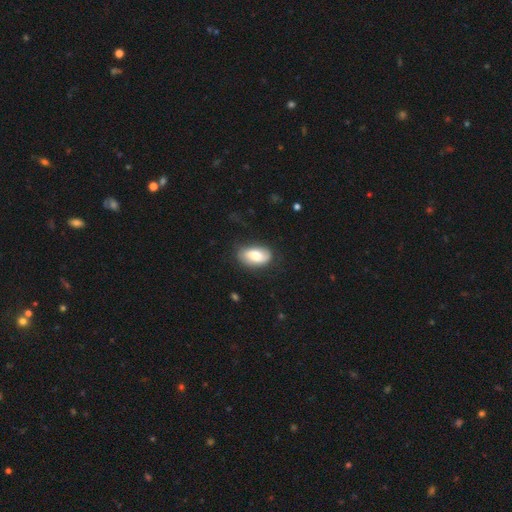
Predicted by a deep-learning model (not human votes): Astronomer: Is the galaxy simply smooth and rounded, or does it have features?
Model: smooth — 63%.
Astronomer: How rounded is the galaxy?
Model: in between — 92%.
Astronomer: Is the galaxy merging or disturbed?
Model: none — 67%.